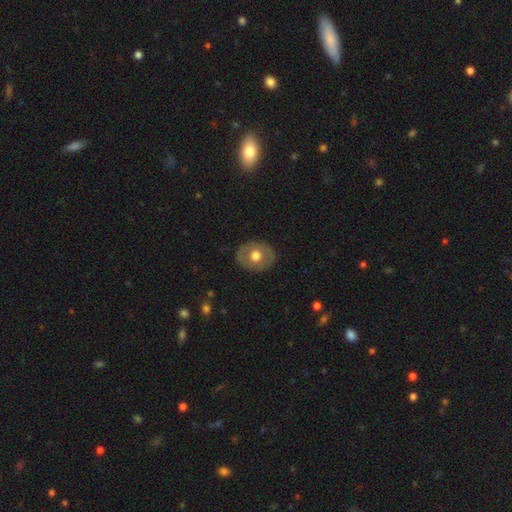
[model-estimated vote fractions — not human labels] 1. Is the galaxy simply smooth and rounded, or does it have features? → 56% smooth, 38% featured or disk, 6% star or artifact.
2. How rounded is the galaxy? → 58% round, 41% in between, 1% cigar-shaped.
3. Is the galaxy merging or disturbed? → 85% none, 11% minor disturbance, 3% major disturbance, 1% merger.